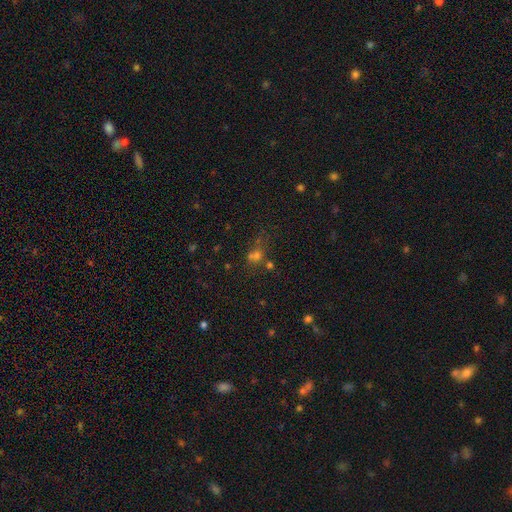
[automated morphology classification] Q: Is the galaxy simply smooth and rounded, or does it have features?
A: smooth — 48%.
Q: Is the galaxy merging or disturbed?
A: none — 44%.